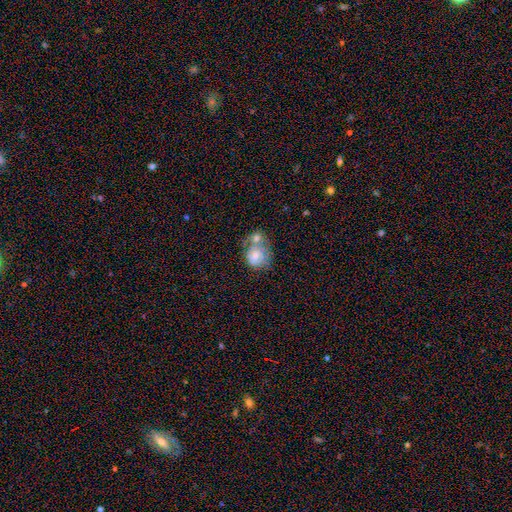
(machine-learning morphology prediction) type=smooth (56%); roundness=round (66%); merging=merger (49%).